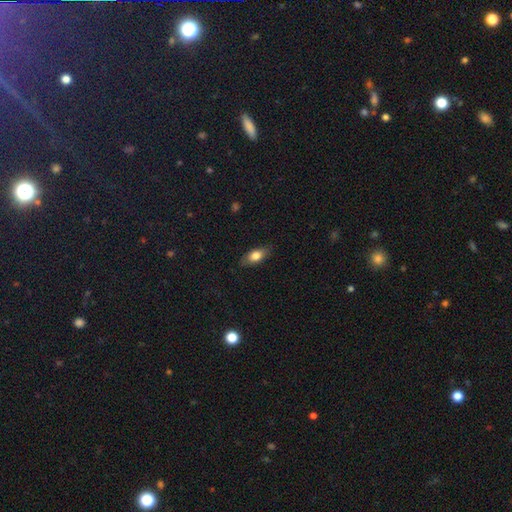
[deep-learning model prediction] Morphology: type=smooth (73%); roundness=in between (81%); merging=none (82%).